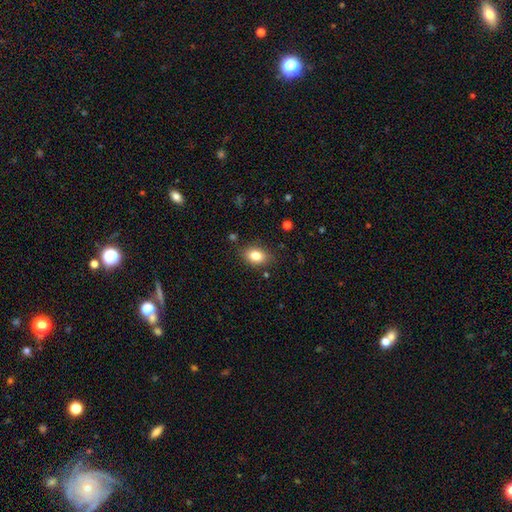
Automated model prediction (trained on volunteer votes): Smooth or featured? smooth (83%)
How rounded? in between (82%)
Merging? none (83%)